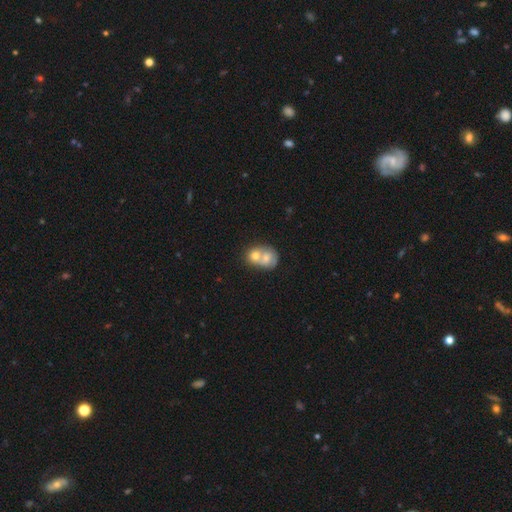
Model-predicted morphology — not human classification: Q: Smooth or featured?
A: smooth (64%); runner-up: featured or disk (29%)
Q: How rounded?
A: round (63%); runner-up: in between (36%)
Q: Merging?
A: merger (75%); runner-up: none (17%)